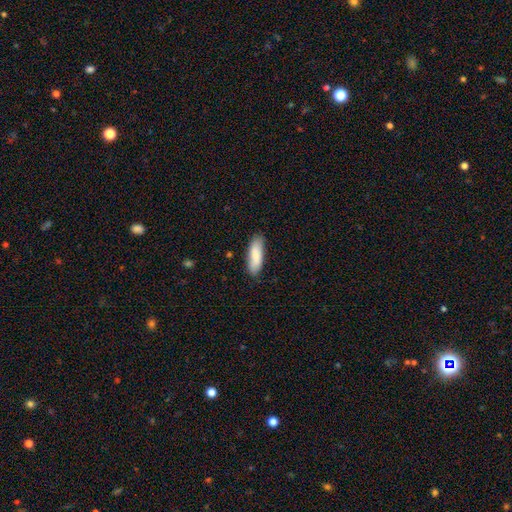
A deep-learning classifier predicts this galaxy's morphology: Smooth or featured? Predicted: smooth (p=0.85). How rounded? Predicted: in between (p=0.60). Merging? Predicted: none (p=0.85).